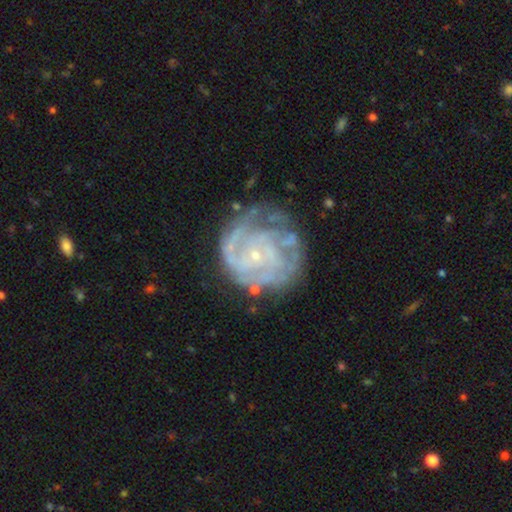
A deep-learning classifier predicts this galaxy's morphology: The model was most divided on "spiral arm count": can't tell: 43%, 3: 18%, 2: 17%, 4: 10%, 1: 7%, more than 4: 6%. More confident: edge-on disk — no (98%); bulge size — small (83%); spiral arms — yes (83%); smooth or featured — featured or disk (81%); bar — no (75%); spiral winding — tight (60%); merging — none (58%).